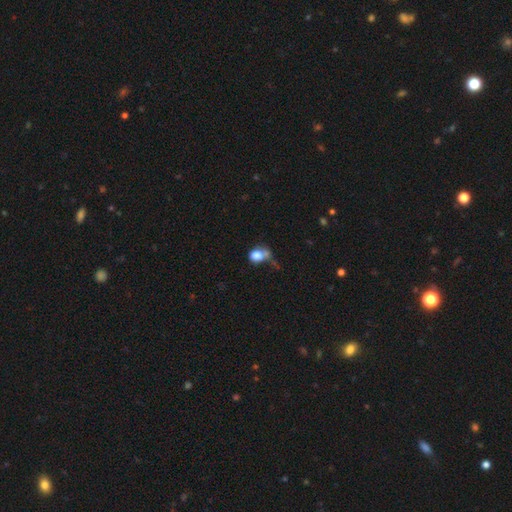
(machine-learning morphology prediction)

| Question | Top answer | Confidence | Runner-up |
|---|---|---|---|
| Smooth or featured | smooth | 77% | featured or disk (12%) |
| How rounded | in between | 56% | round (42%) |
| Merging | none | 27% | major disturbance (25%) |